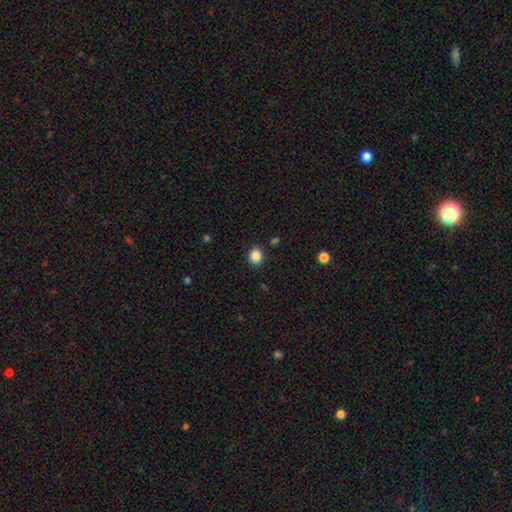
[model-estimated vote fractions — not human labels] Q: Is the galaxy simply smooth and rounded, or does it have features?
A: smooth — 86%.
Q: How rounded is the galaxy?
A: round — 76%.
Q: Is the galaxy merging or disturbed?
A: none — 89%.